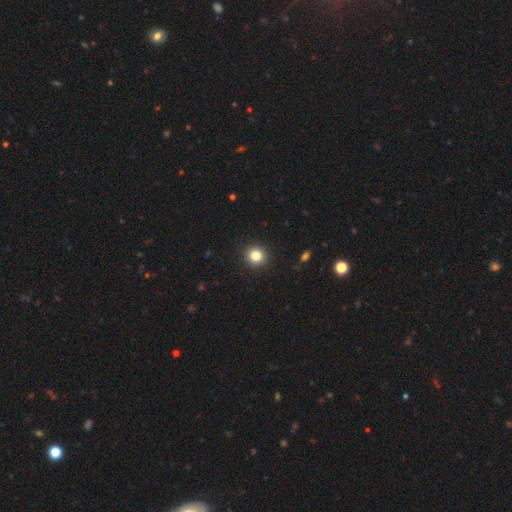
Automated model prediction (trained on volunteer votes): Smooth or featured: smooth — 82% (star or artifact — 12%)
How rounded: round — 93% (in between — 6%)
Merging: none — 93% (minor disturbance — 4%)